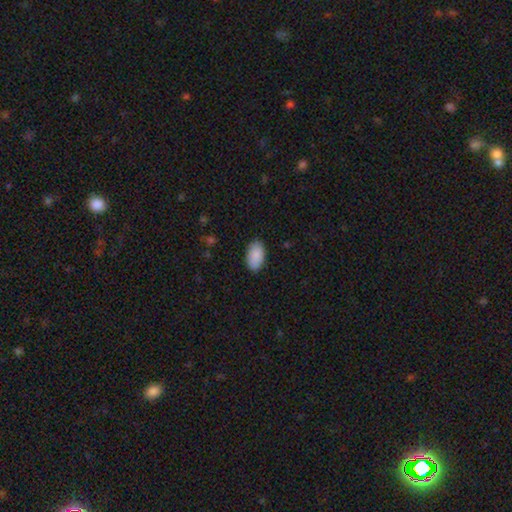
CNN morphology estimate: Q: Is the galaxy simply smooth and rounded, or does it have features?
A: smooth — 90%.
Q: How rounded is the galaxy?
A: in between — 95%.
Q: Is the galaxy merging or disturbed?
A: none — 87%.